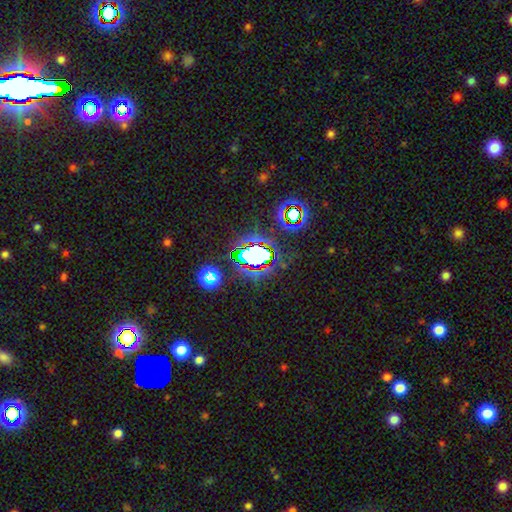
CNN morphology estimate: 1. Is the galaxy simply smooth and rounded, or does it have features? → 63% star or artifact, 22% smooth, 14% featured or disk.